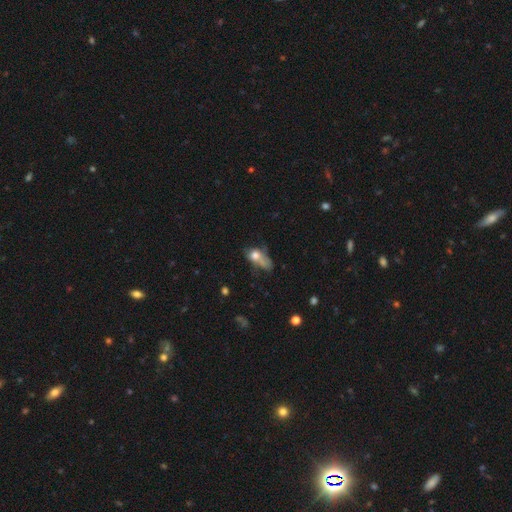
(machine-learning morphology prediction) Overall: smooth (62%; featured or disk 25%). How rounded: in between (71%). Merging: major disturbance (34%; minor disturbance 24%).